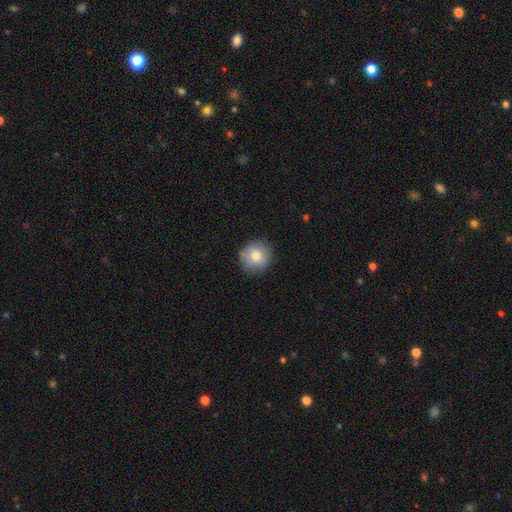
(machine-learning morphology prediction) A smooth galaxy with no disk features (79%) that is round (88%). Merging: none (82%).